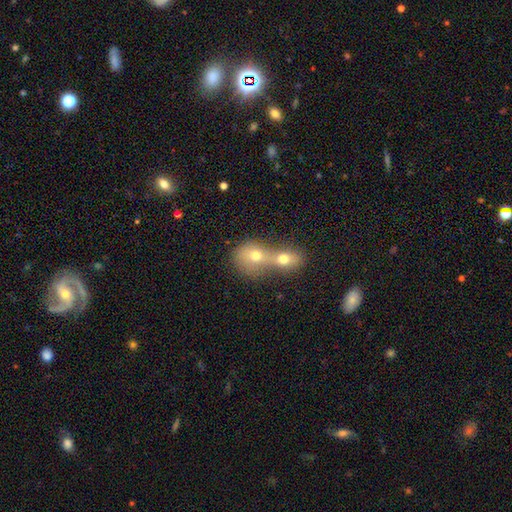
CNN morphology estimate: A smooth galaxy with no disk features (55%) that is round (60%). Merging: merger (68%).